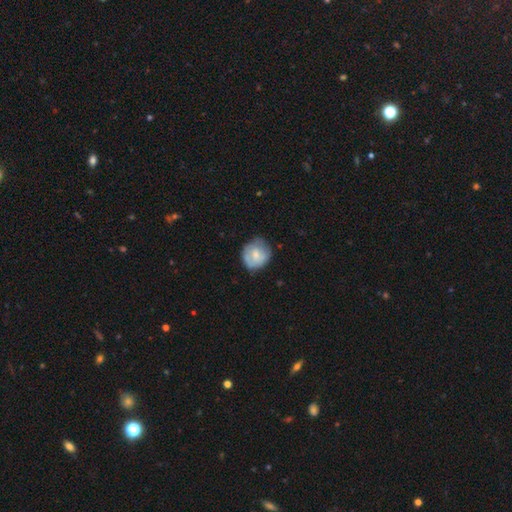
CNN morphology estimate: Q: Smooth or featured?
A: smooth (58%); runner-up: featured or disk (36%)
Q: How rounded?
A: round (80%); runner-up: in between (19%)
Q: Merging?
A: none (63%); runner-up: minor disturbance (28%)